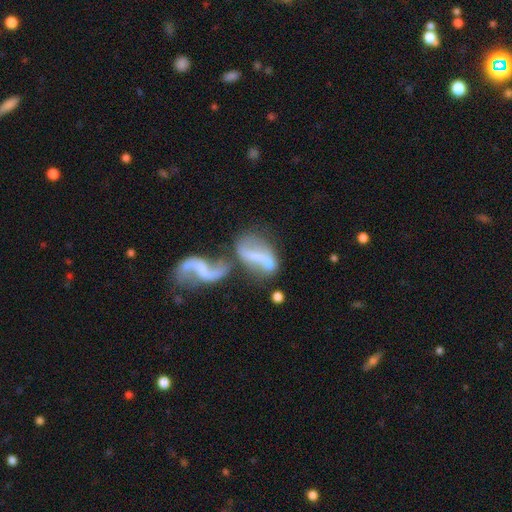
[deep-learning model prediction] Overall: featured or disk (60%; smooth 30%). Edge-on disk: no (93%). Bar: strong (35%; no 33%). Spiral arms: yes (58%; no 42%). Bulge size: none (50%; small 28%). Merging: merger (55%; none 18%).